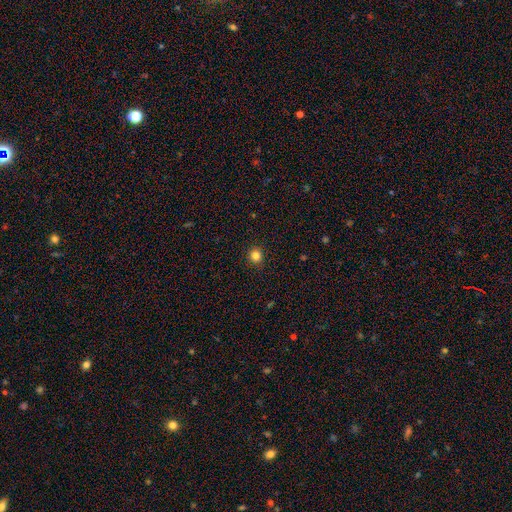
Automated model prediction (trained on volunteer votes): Morphology: type=smooth (83%); roundness=round (90%); merging=none (92%).